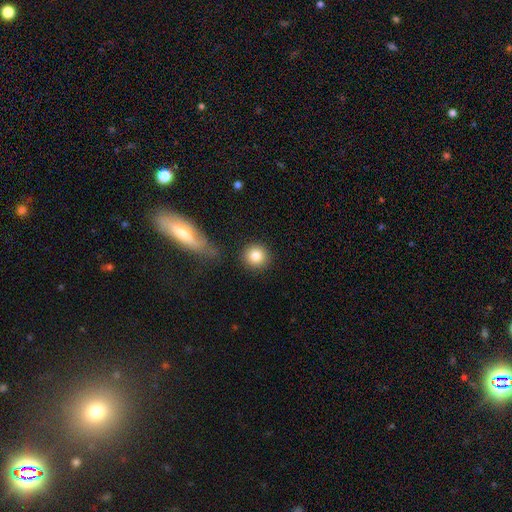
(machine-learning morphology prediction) type=smooth (85%); roundness=round (92%); merging=none (84%).